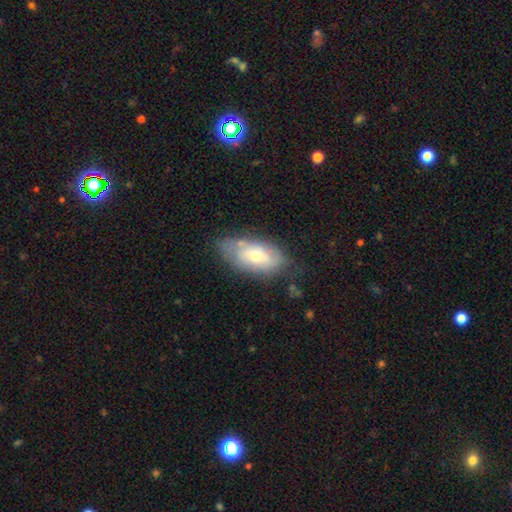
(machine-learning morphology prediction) Smooth or featured?
  - smooth: 57% *
  - featured or disk: 36%
  - star or artifact: 7%
How rounded?
  - in between: 90% *
  - cigar-shaped: 6%
  - round: 4%
Merging?
  - none: 59% *
  - minor disturbance: 28%
  - major disturbance: 9%
  - merger: 4%